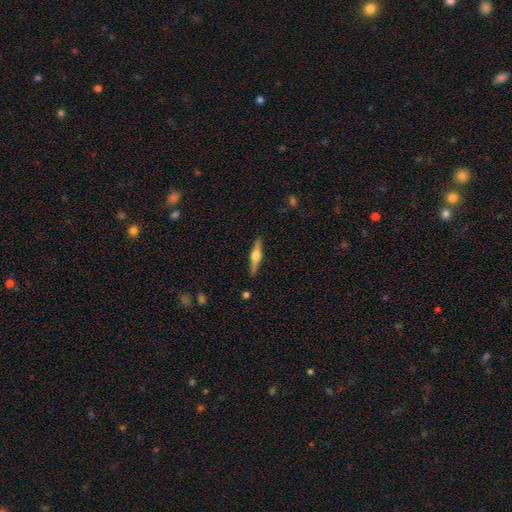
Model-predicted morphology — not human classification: This appears to be a featured or disk galaxy (64%) viewed edge-on (97%) with a rounded central bulge (93%). Merging: none (89%).